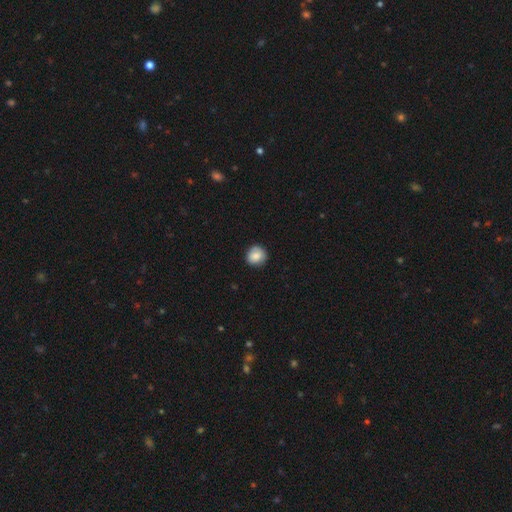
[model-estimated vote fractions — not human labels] This is clearly a smooth galaxy (82%). How rounded: clearly round (88%). Merging: clearly none (84%).